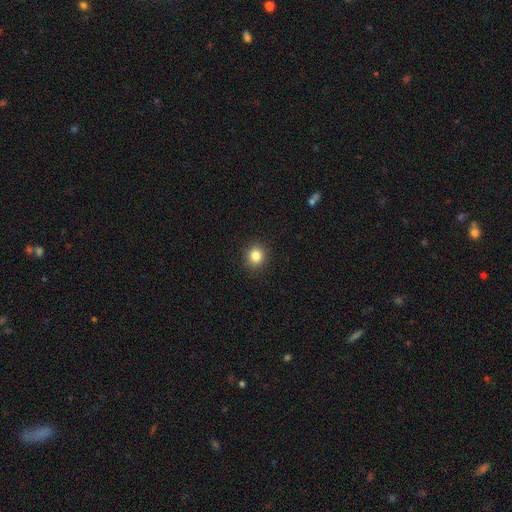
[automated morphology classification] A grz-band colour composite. It shows a smooth galaxy with no disk features (84%) that is round (83%). Merging: none (91%).